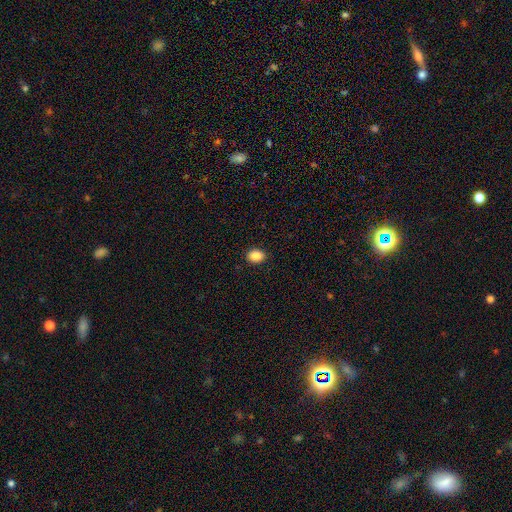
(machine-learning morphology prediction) smooth_or_featured: smooth (p=0.88) [alt: star or artifact p=0.09]
how_rounded: in between (p=0.65) [alt: round p=0.34]
merging: none (p=0.91) [alt: minor disturbance p=0.07]